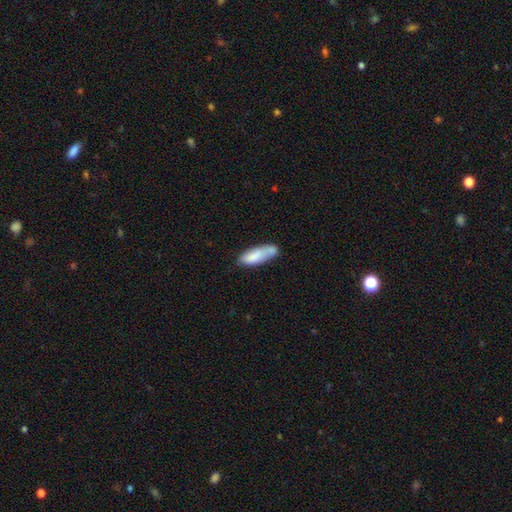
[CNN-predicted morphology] smooth-or-featured: smooth: 78% | featured or disk: 15% | star or artifact: 7%
  how-rounded: in between: 58% | cigar-shaped: 41% | round: 2%
  merging: none: 45% | minor disturbance: 28% | merger: 19% | major disturbance: 8%